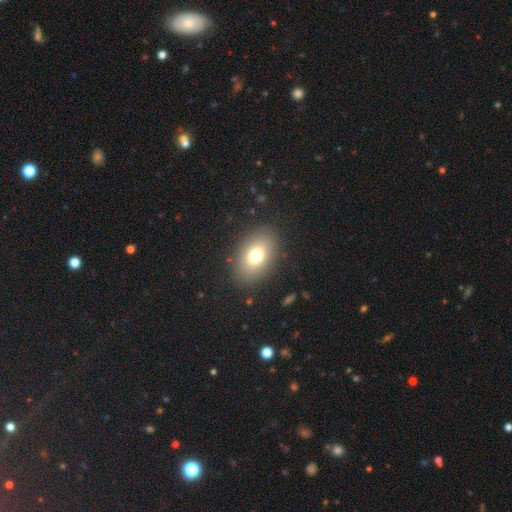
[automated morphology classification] A smooth galaxy with no disk features (76%) that is in between round and cigar-shaped (84%). Merging: none (86%).